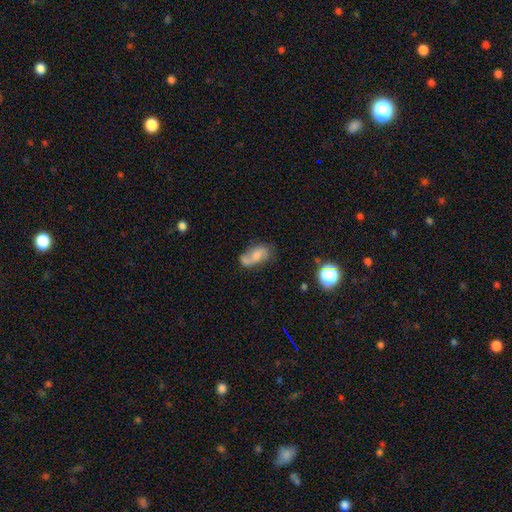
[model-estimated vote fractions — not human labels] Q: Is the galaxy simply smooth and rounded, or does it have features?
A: smooth — 46%.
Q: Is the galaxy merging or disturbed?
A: none — 44%.